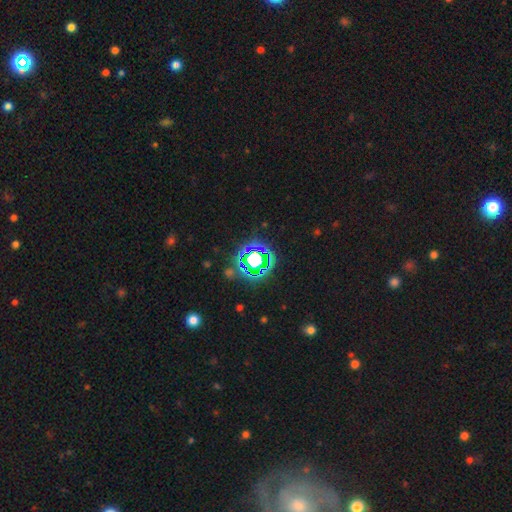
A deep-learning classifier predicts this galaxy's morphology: Smooth or featured? star or artifact (65%)